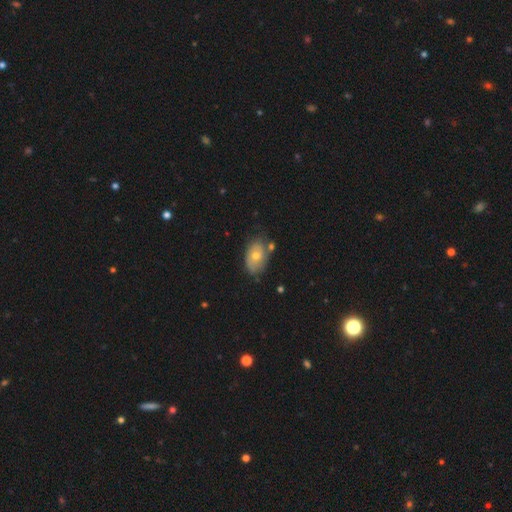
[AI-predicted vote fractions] A smooth galaxy with no disk features (61%) that is in between round and cigar-shaped (87%).

Vote fractions:
- Smooth or featured? smooth: 61% / featured or disk: 31% / star or artifact: 9%
- How rounded? in between: 87% / round: 11% / cigar-shaped: 2%
- Merging? none: 64% / minor disturbance: 24% / merger: 7% / major disturbance: 5%